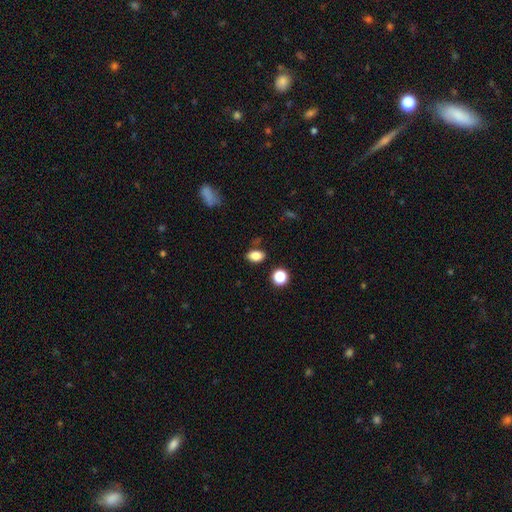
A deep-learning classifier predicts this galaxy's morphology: Smooth or featured? smooth (85%)
How rounded? in between (84%)
Merging? none (81%)